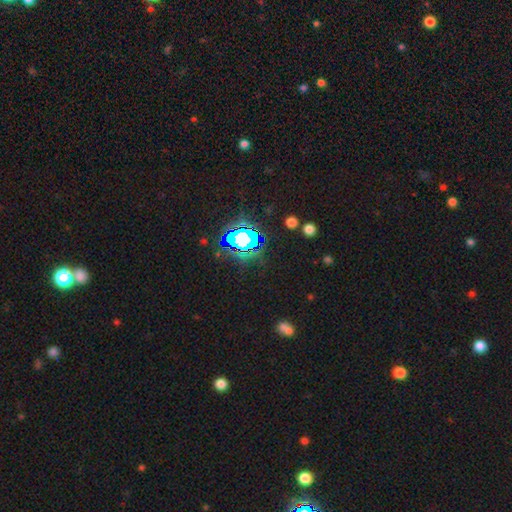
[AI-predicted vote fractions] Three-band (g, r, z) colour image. It shows a star or artifact, not a galaxy (78%).